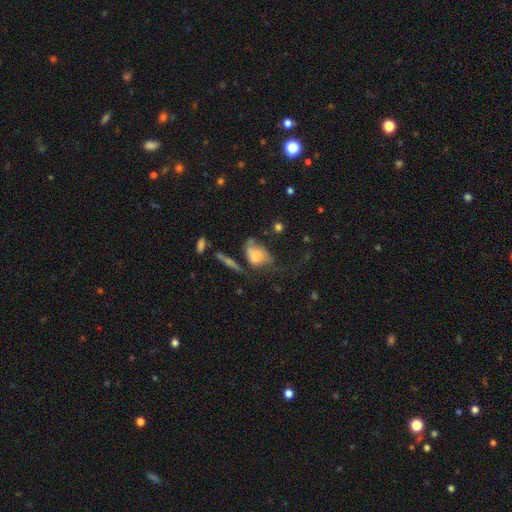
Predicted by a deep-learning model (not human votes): A smooth galaxy with no disk features (62%) that is in between round and cigar-shaped (76%). Merging: major disturbance (33%).